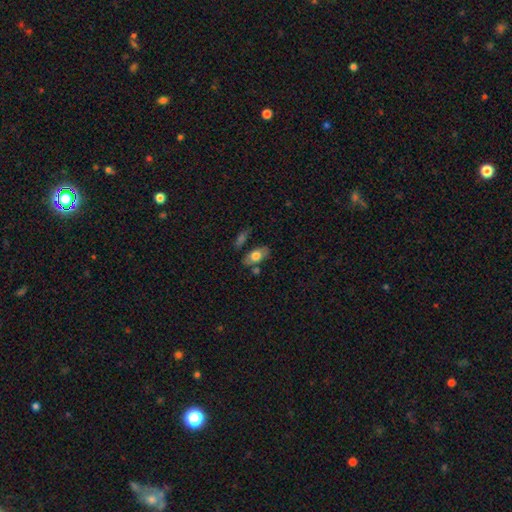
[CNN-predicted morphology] Smooth or featured? Predicted: smooth (p=0.69). How rounded? Predicted: in between (p=0.89). Merging? Predicted: none (p=0.68).